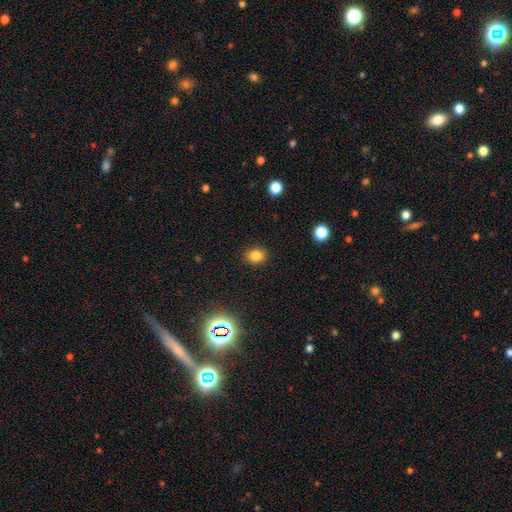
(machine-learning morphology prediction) This is clearly a smooth galaxy (83%). How rounded: possibly in between (56%). Merging: clearly none (89%).